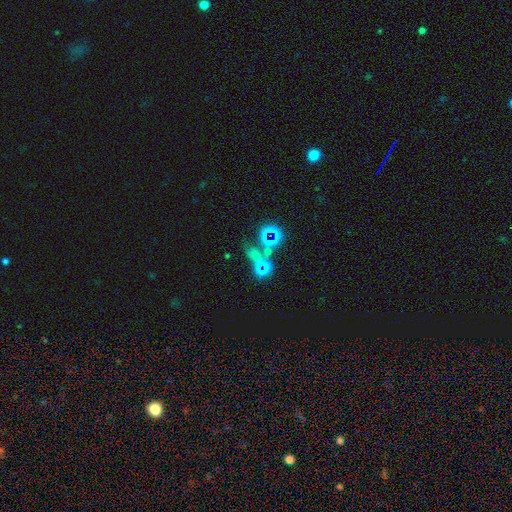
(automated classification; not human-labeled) smooth-or-featured: star or artifact: 53% | smooth: 34% | featured or disk: 13%